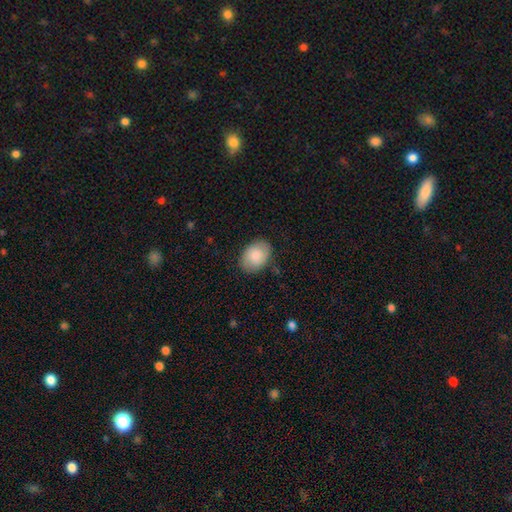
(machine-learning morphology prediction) Smooth or featured: smooth — 81% (featured or disk — 13%)
How rounded: in between — 77% (round — 22%)
Merging: none — 82% (minor disturbance — 14%)